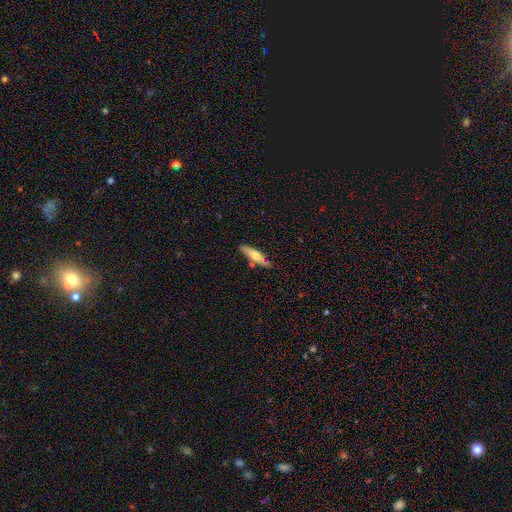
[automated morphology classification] A smooth galaxy with no disk features (57%) that is cigar-shaped (71%). Merging: none (79%).